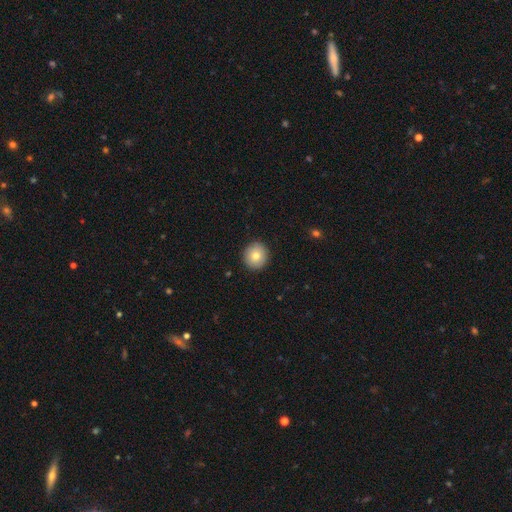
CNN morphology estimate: smooth-or-featured: smooth: 79% | featured or disk: 12% | star or artifact: 9%
  how-rounded: round: 92% | in between: 7% | cigar-shaped: 1%
  merging: none: 92% | minor disturbance: 6% | major disturbance: 2% | merger: 1%